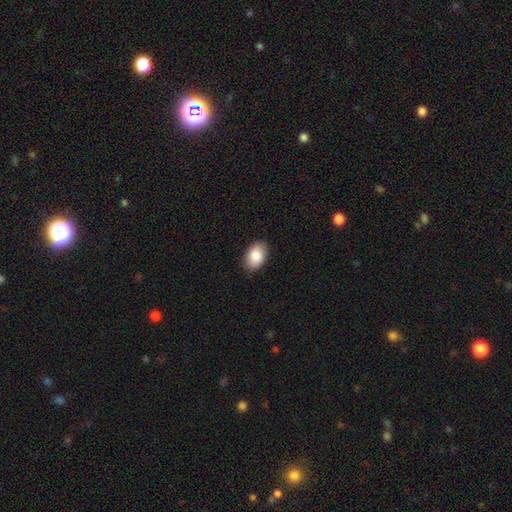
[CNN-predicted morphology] A smooth galaxy with no disk features (86%) that is in between round and cigar-shaped (88%).

Vote fractions:
- Smooth or featured? smooth: 86% / featured or disk: 7% / star or artifact: 7%
- How rounded? in between: 88% / round: 10% / cigar-shaped: 1%
- Merging? none: 87% / minor disturbance: 10% / major disturbance: 2% / merger: 1%